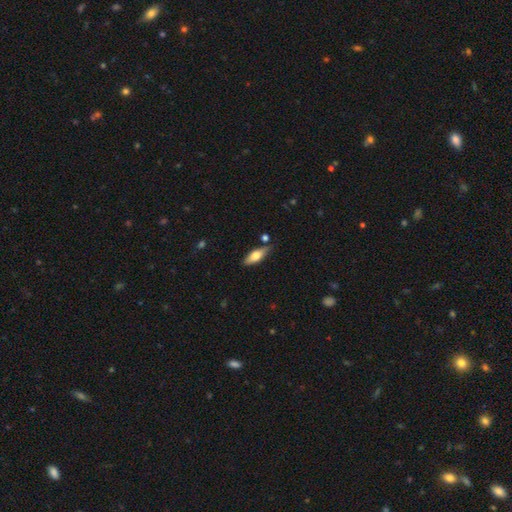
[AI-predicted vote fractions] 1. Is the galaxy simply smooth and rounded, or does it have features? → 60% smooth, 33% featured or disk, 6% star or artifact.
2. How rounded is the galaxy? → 60% in between, 37% cigar-shaped, 3% round.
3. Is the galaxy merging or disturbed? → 81% none, 13% minor disturbance, 4% merger, 3% major disturbance.